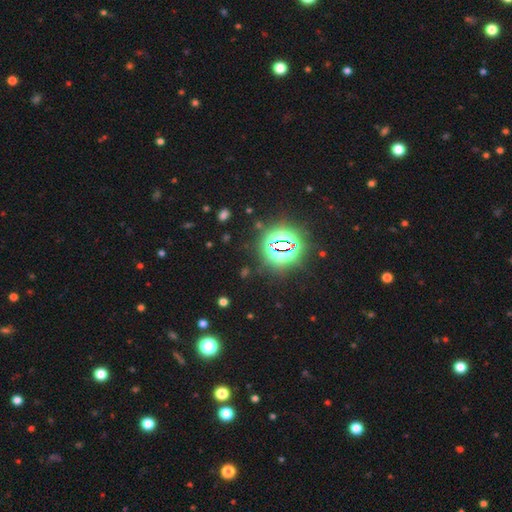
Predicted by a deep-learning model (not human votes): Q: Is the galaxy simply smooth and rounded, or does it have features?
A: star or artifact — 87%.